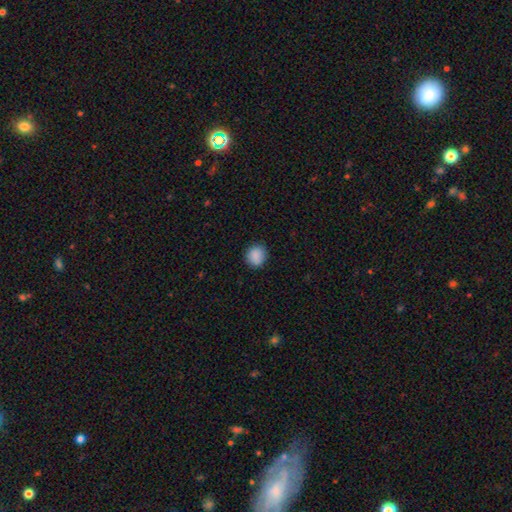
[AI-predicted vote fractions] This is clearly a smooth galaxy (88%). How rounded: clearly round (83%). Merging: clearly none (86%).